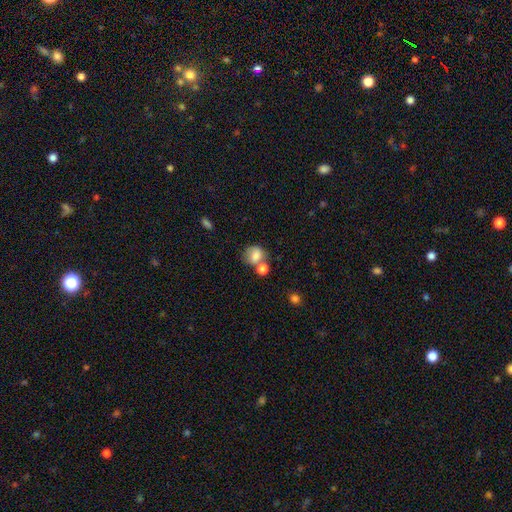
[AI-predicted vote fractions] This appears to be a smooth galaxy with no disk features (77%) that is round (65%). Merging: none (43%).